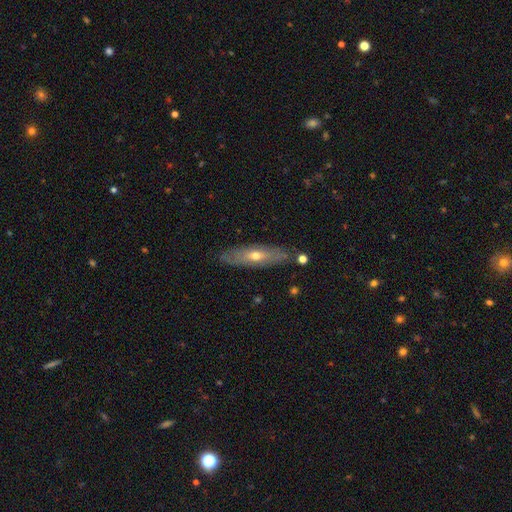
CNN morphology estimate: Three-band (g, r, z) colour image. It shows a featured or disk galaxy (54%). Merging: none (80%).